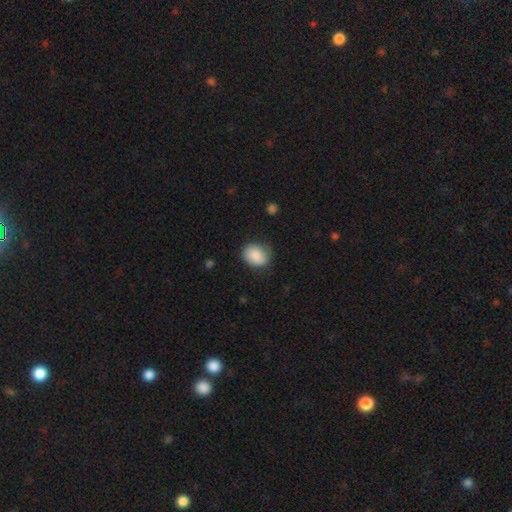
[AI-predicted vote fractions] The model was most divided on "how rounded": in between: 58%, round: 41%, cigar-shaped: 1%. More confident: smooth or featured — smooth (85%); merging — none (71%).